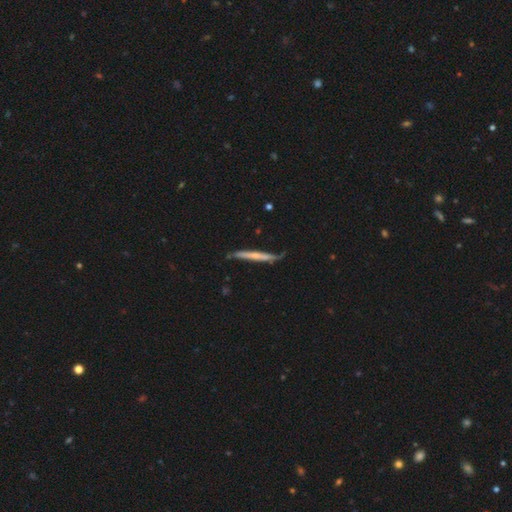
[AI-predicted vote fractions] This is possibly a featured or disk galaxy (49%). Merging: likely none (70%).